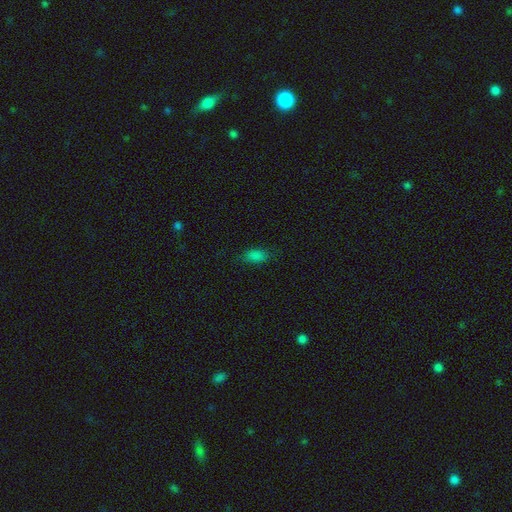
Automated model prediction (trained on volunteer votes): smooth 83%, star or artifact 12%, featured or disk 5%. Down the decision tree: how rounded — in between (91%); merging — none (79%).